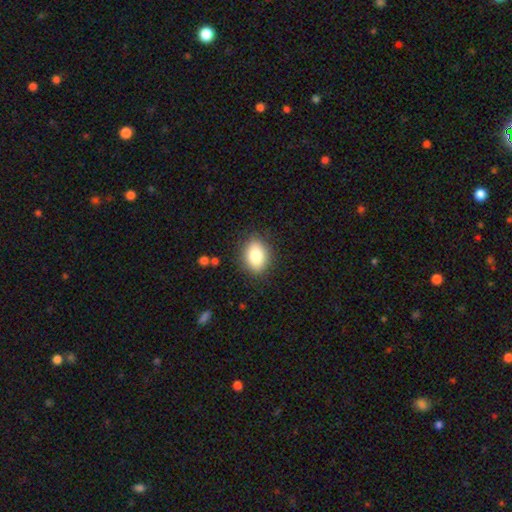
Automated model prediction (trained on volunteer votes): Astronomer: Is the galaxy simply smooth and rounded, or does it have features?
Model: smooth — 83%.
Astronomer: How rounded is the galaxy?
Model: in between — 75%.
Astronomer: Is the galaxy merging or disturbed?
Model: none — 85%.